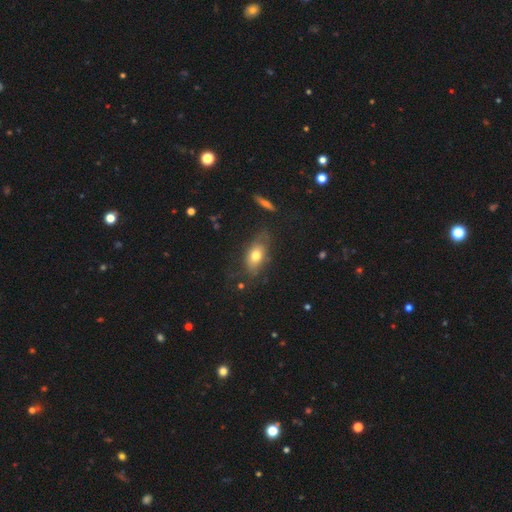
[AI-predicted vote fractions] Smooth or featured: smooth — 66% (featured or disk — 25%)
How rounded: in between — 83% (round — 11%)
Merging: none — 61% (minor disturbance — 23%)